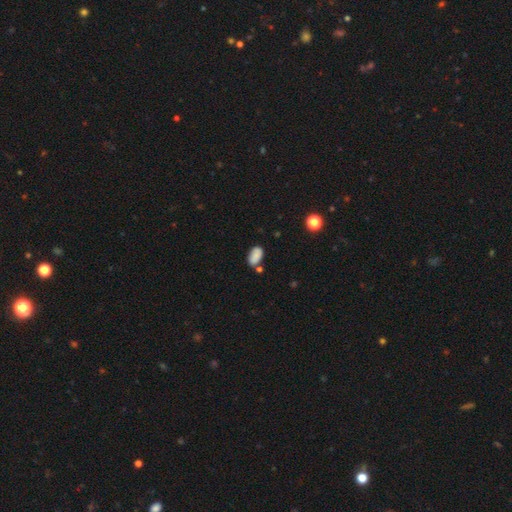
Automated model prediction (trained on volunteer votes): A smooth galaxy with no disk features (80%) that is in between round and cigar-shaped (92%).

Vote fractions:
- Smooth or featured? smooth: 80% / featured or disk: 11% / star or artifact: 9%
- How rounded? in between: 92% / round: 6% / cigar-shaped: 2%
- Merging? none: 60% / minor disturbance: 20% / merger: 15% / major disturbance: 5%